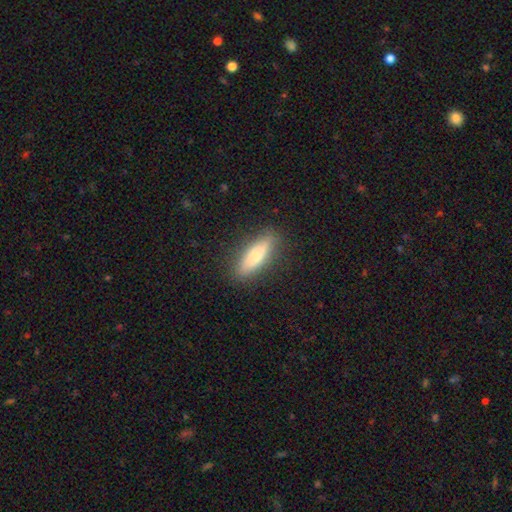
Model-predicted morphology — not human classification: A smooth galaxy with no disk features (72%) that is cigar-shaped (62%). Merging: none (87%).